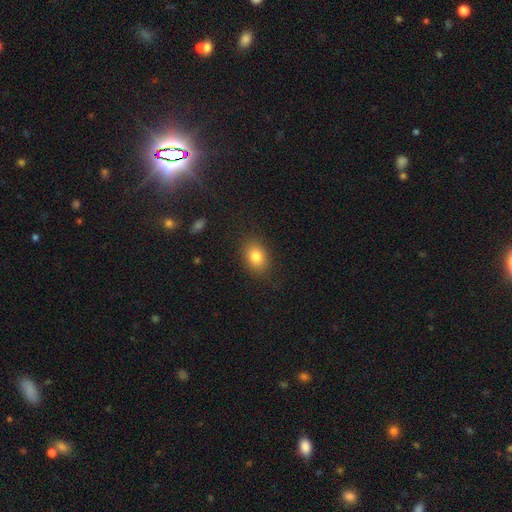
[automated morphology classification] Smooth or featured?
  - smooth: 81% *
  - star or artifact: 10%
  - featured or disk: 9%
How rounded?
  - in between: 70% *
  - round: 29%
  - cigar-shaped: 1%
Merging?
  - none: 84% *
  - minor disturbance: 11%
  - major disturbance: 4%
  - merger: 1%